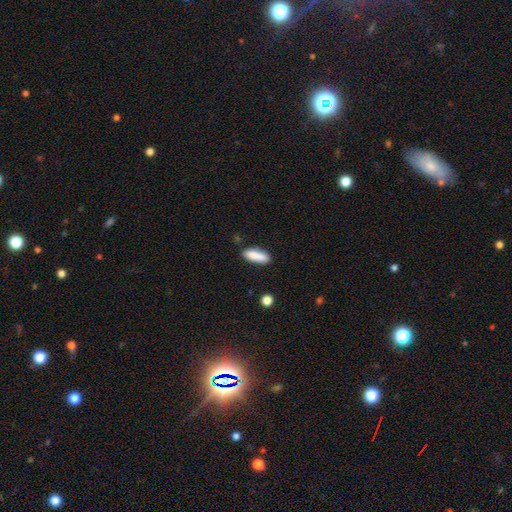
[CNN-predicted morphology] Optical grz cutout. It shows a smooth galaxy with no disk features (86%) that is in between round and cigar-shaped (54%). Merging: none (81%).